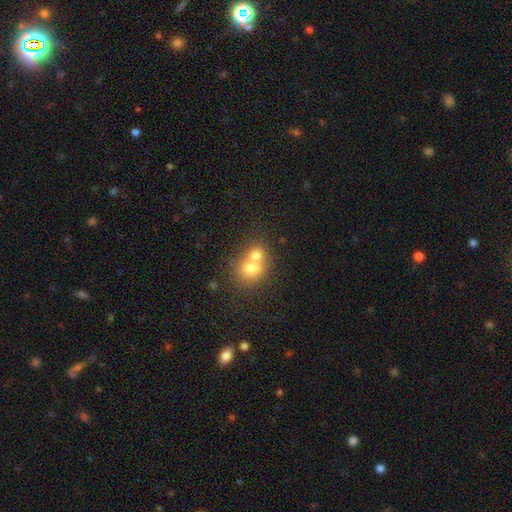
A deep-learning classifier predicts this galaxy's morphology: A smooth galaxy with no disk features (72%) that is round (73%).

Vote fractions:
- Smooth or featured? smooth: 72% / featured or disk: 17% / star or artifact: 11%
- How rounded? round: 73% / in between: 26% / cigar-shaped: 1%
- Merging? merger: 67% / none: 26% / minor disturbance: 5% / major disturbance: 2%